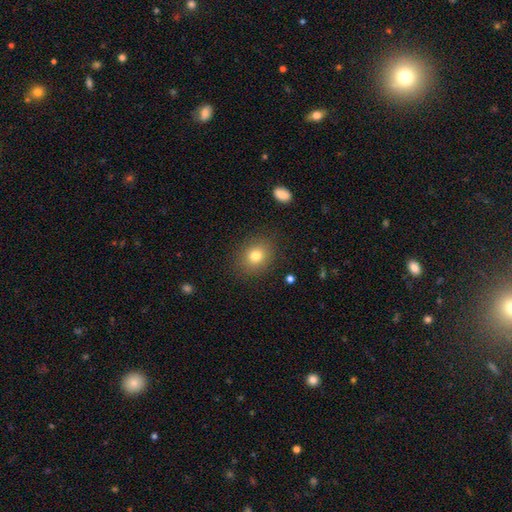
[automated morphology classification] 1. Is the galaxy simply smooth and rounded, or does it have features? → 78% smooth, 12% star or artifact, 10% featured or disk.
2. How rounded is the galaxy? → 66% round, 33% in between, 1% cigar-shaped.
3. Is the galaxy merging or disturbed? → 86% none, 9% minor disturbance, 3% major disturbance, 1% merger.